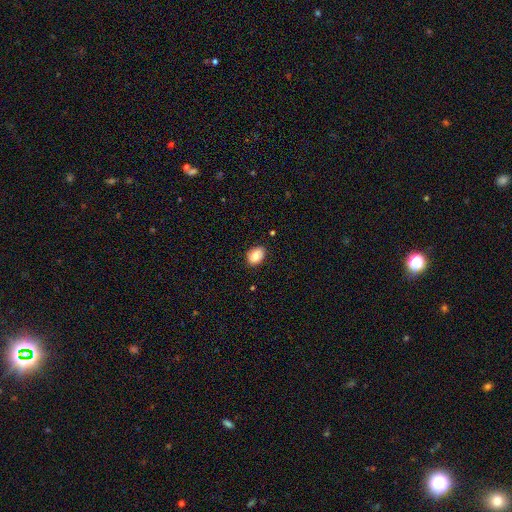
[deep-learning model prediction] Smooth or featured: smooth — 79% (featured or disk — 13%)
How rounded: in between — 75% (round — 24%)
Merging: none — 84% (minor disturbance — 13%)